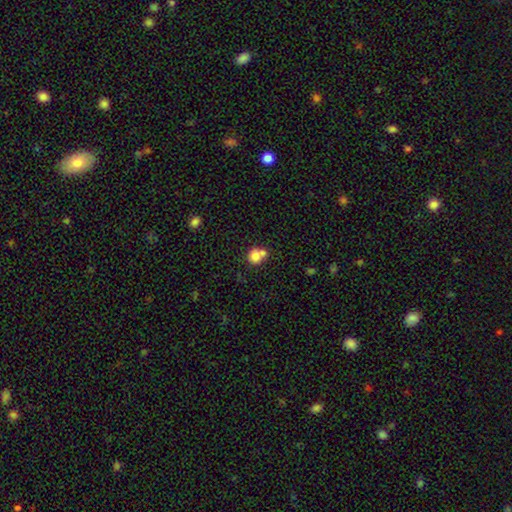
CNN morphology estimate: Smooth or featured? smooth (79%)
How rounded? round (78%)
Merging? merger (47%)